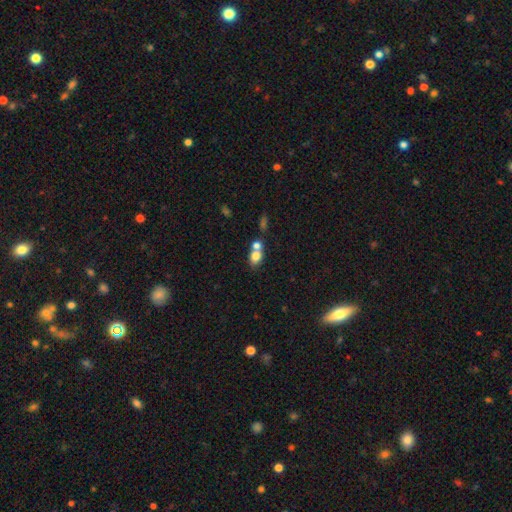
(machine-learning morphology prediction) This appears to be a smooth galaxy with no disk features (77%) that is in between round and cigar-shaped (57%). Merging: merger (52%).